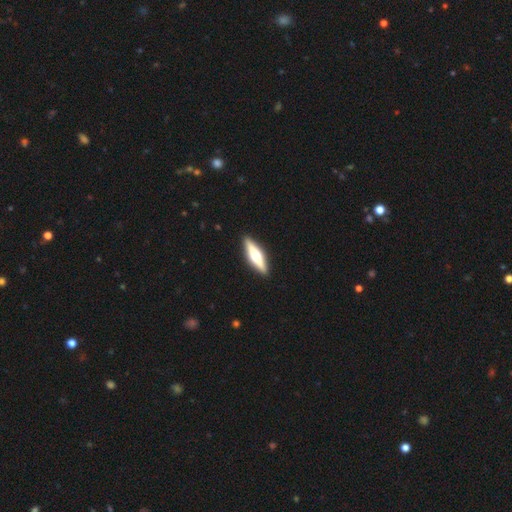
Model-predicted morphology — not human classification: This is possibly a featured or disk galaxy (59%). It is clearly viewed edge-on (95%). Edge-on bulge: clearly rounded (94%). Merging: clearly none (91%).